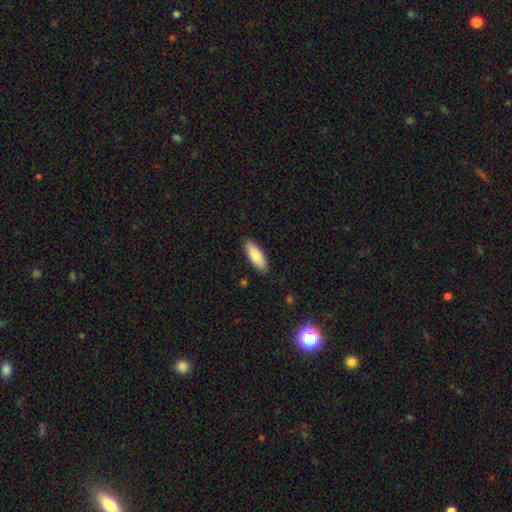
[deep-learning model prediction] This is clearly a smooth galaxy (86%). How rounded: likely in between (70%). Merging: clearly none (88%).